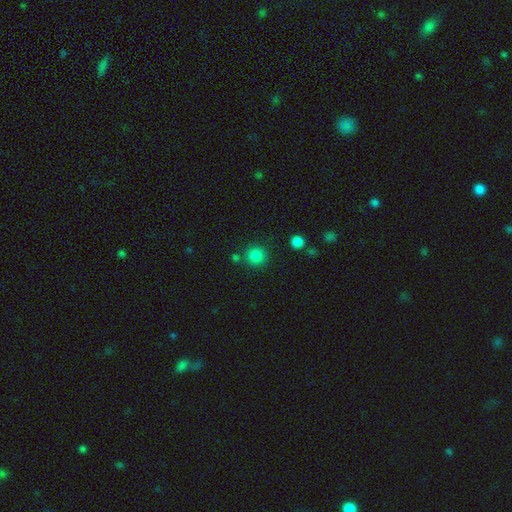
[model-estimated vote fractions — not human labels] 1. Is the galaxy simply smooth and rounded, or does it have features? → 85% smooth, 12% star or artifact, 3% featured or disk.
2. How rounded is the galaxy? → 93% round, 6% in between, 1% cigar-shaped.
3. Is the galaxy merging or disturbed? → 82% none, 8% minor disturbance, 7% merger, 3% major disturbance.